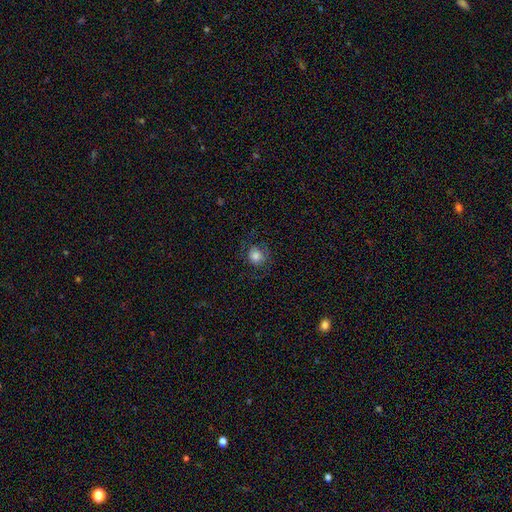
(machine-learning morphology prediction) This is likely a smooth galaxy (74%). How rounded: clearly round (81%). Merging: likely none (71%).